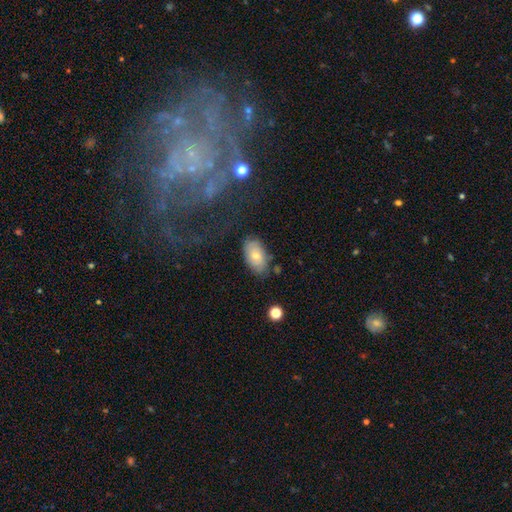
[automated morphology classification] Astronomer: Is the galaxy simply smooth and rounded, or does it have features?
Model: smooth — 65%.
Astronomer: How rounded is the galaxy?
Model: in between — 91%.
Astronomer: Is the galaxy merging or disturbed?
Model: none — 75%.